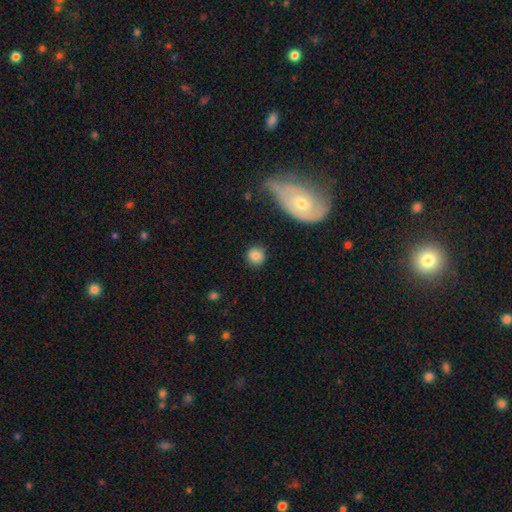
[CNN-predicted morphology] Smooth or featured: smooth — 83% (star or artifact — 9%)
How rounded: round — 90% (in between — 9%)
Merging: none — 87% (minor disturbance — 8%)